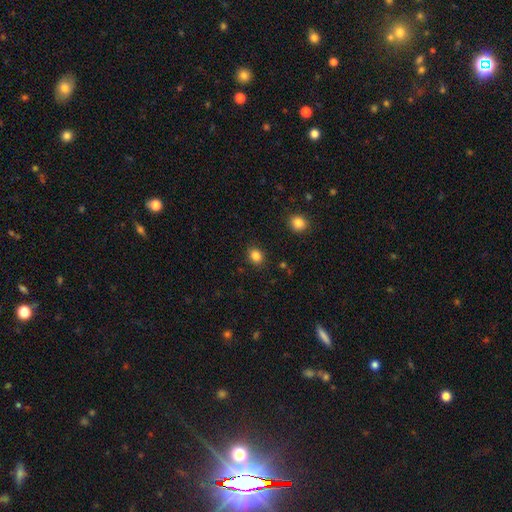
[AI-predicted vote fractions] Q: Smooth or featured?
A: smooth (84%); runner-up: star or artifact (11%)
Q: How rounded?
A: round (53%); runner-up: in between (46%)
Q: Merging?
A: none (87%); runner-up: minor disturbance (9%)